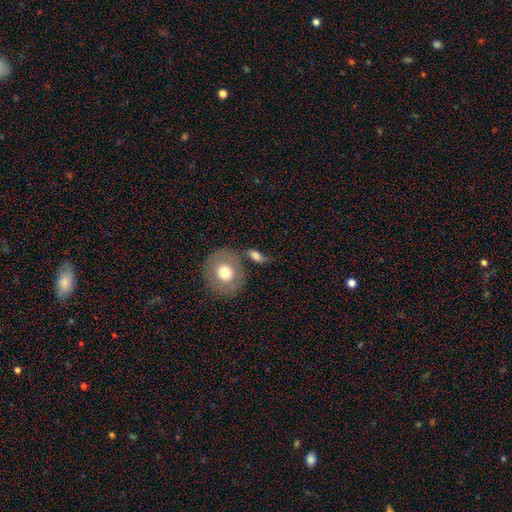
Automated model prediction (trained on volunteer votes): This appears to be a smooth galaxy with no disk features (69%) that is in between round and cigar-shaped (60%). Merging: none (53%).